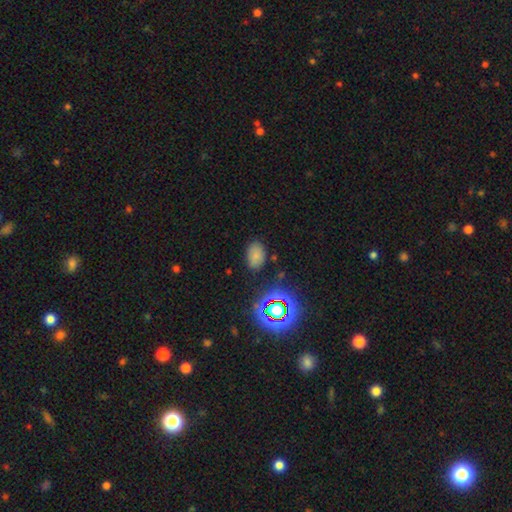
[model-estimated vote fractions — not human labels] smooth-or-featured: smooth: 71% | star or artifact: 21% | featured or disk: 7%
  how-rounded: in between: 88% | round: 11% | cigar-shaped: 1%
  merging: none: 80% | minor disturbance: 14% | major disturbance: 4% | merger: 2%